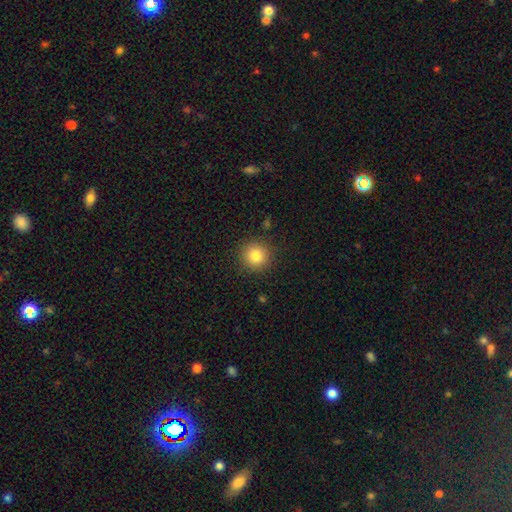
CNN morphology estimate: Q: Smooth or featured?
A: smooth (82%); runner-up: star or artifact (11%)
Q: How rounded?
A: round (94%); runner-up: in between (5%)
Q: Merging?
A: none (90%); runner-up: minor disturbance (7%)